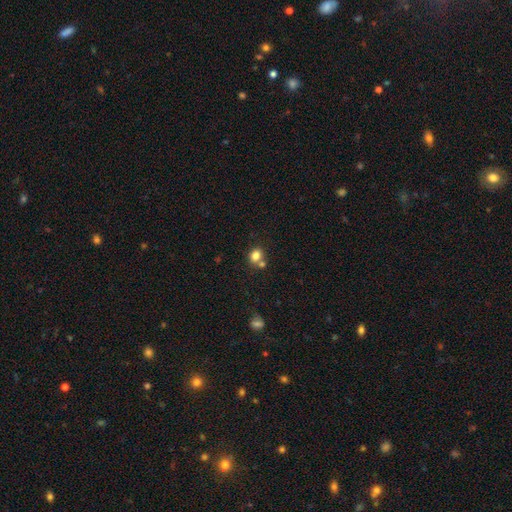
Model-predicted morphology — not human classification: Smooth or featured? Predicted: smooth (p=0.80). How rounded? Predicted: round (p=0.67). Merging? Predicted: none (p=0.56).